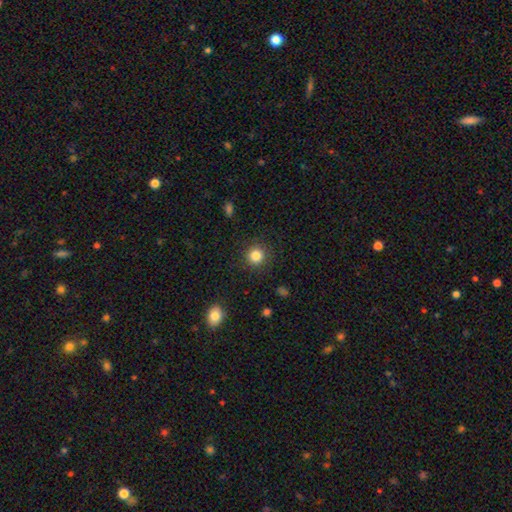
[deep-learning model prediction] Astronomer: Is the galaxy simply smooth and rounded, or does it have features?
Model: smooth — 84%.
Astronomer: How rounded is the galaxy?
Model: round — 92%.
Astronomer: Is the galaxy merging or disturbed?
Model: none — 90%.